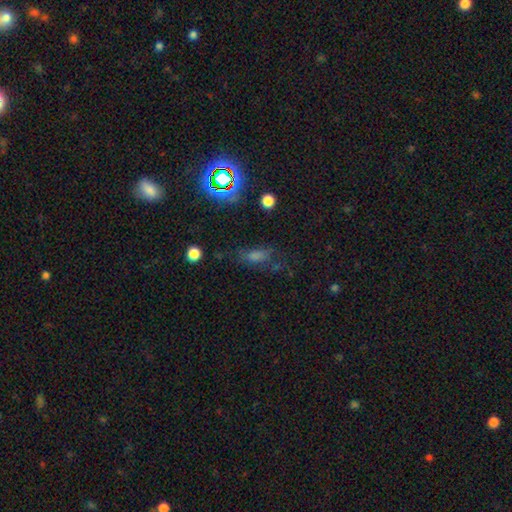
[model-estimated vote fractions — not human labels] A smooth galaxy with no disk features (45%).

Vote fractions:
- Smooth or featured? smooth: 45% / star or artifact: 32% / featured or disk: 22%
- Merging? none: 58% / minor disturbance: 22% / major disturbance: 16% / merger: 3%